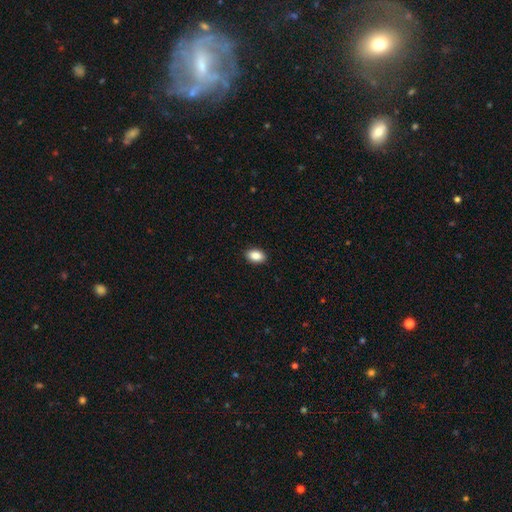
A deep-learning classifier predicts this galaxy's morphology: smooth_or_featured: smooth (p=0.89) [alt: star or artifact p=0.08]
how_rounded: in between (p=0.88) [alt: round p=0.11]
merging: none (p=0.90) [alt: minor disturbance p=0.07]